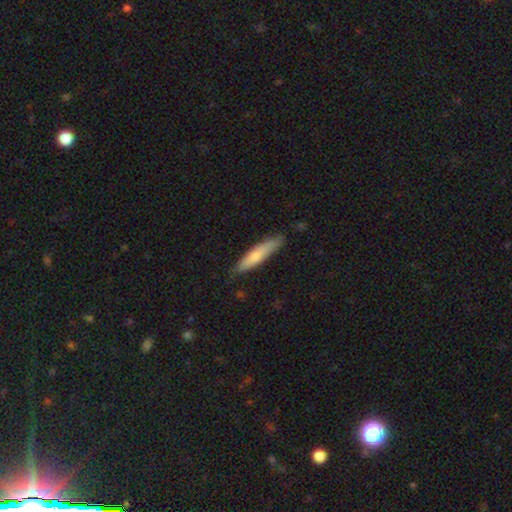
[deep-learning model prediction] A smooth galaxy with no disk features (66%) that is cigar-shaped (83%).

Vote fractions:
- Smooth or featured? smooth: 66% / featured or disk: 28% / star or artifact: 5%
- How rounded? cigar-shaped: 83% / in between: 15% / round: 1%
- Merging? none: 81% / minor disturbance: 15% / major disturbance: 2% / merger: 1%